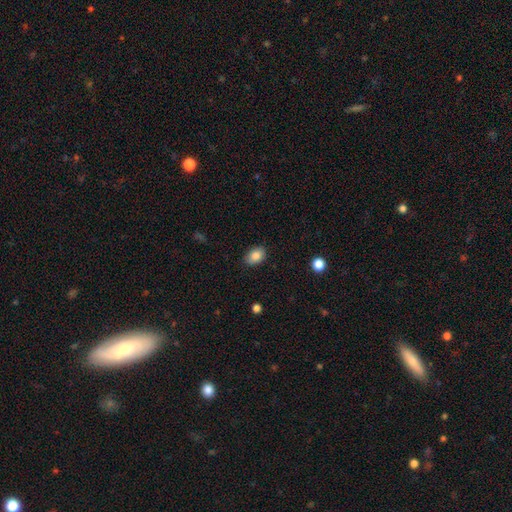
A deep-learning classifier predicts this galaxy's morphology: A smooth galaxy with no disk features (85%) that is in between round and cigar-shaped (80%).

Vote fractions:
- Smooth or featured? smooth: 85% / star or artifact: 8% / featured or disk: 6%
- How rounded? in between: 80% / round: 19% / cigar-shaped: 1%
- Merging? none: 85% / minor disturbance: 12% / major disturbance: 2% / merger: 1%